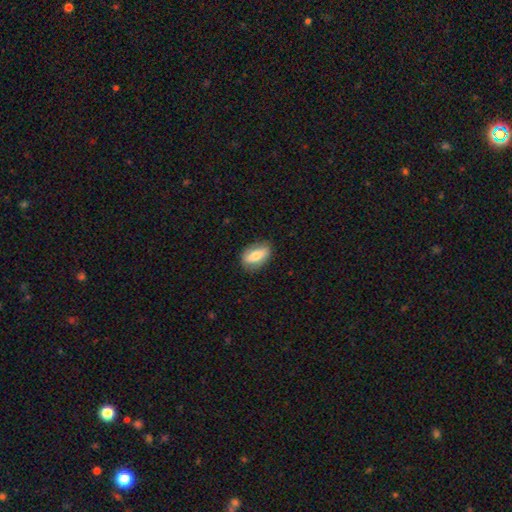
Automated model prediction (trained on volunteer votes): Smooth or featured: smooth — 65% (featured or disk — 28%)
How rounded: in between — 85% (cigar-shaped — 8%)
Merging: none — 79% (minor disturbance — 16%)